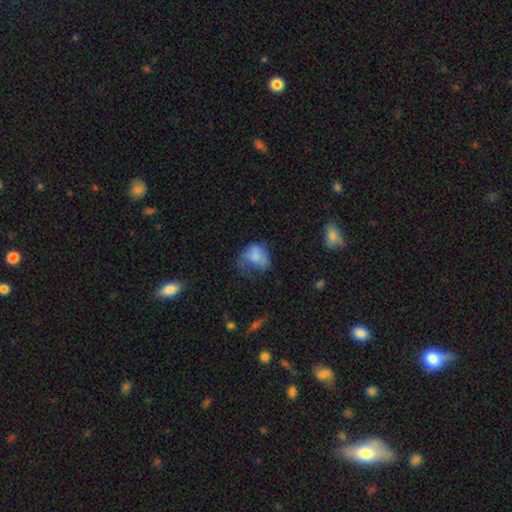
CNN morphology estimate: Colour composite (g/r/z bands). It shows a smooth galaxy with no disk features (65%) that is in between round and cigar-shaped (67%). Merging: major disturbance (43%).